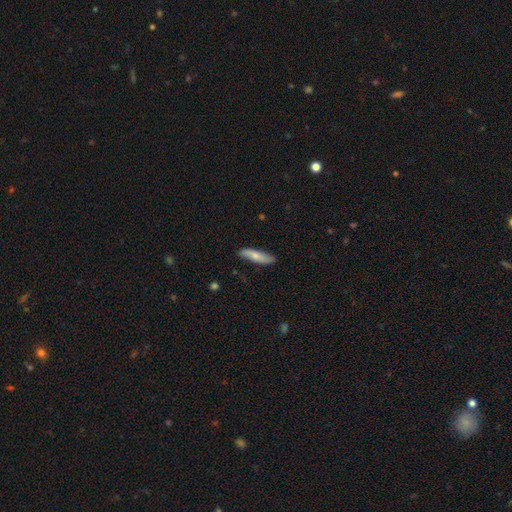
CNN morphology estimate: A smooth galaxy with no disk features (64%) that is cigar-shaped (66%).

Vote fractions:
- Smooth or featured? smooth: 64% / featured or disk: 31% / star or artifact: 5%
- How rounded? cigar-shaped: 66% / in between: 32% / round: 2%
- Merging? none: 83% / minor disturbance: 14% / major disturbance: 2% / merger: 1%